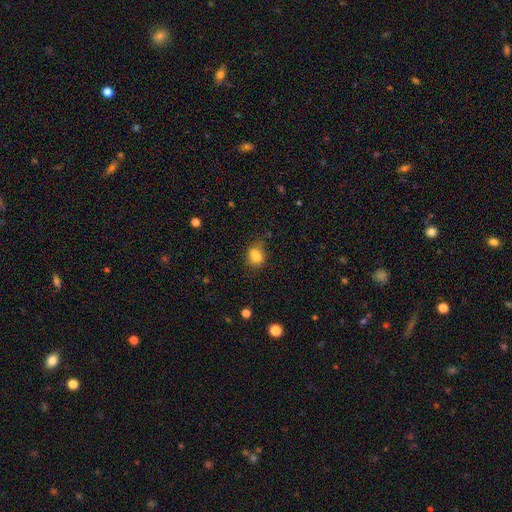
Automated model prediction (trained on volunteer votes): Smooth or featured?
  - smooth: 73% *
  - featured or disk: 15%
  - star or artifact: 13%
How rounded?
  - in between: 58% *
  - round: 38%
  - cigar-shaped: 4%
Merging?
  - none: 42% *
  - merger: 32%
  - minor disturbance: 18%
  - major disturbance: 8%